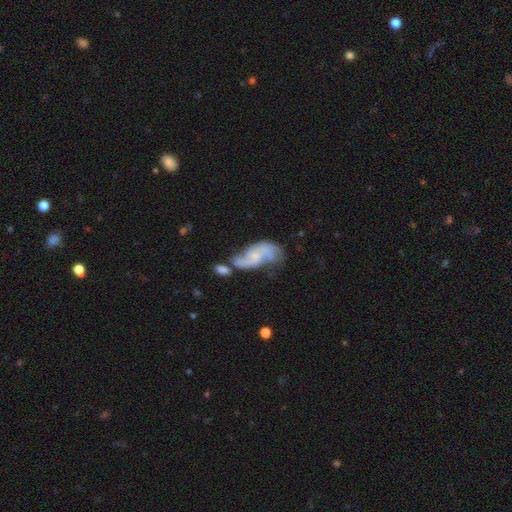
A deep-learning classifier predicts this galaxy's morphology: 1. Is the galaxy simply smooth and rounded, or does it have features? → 69% featured or disk, 22% smooth, 9% star or artifact.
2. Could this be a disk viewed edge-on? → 94% no, 6% yes.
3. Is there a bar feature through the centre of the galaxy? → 65% no, 28% weak, 6% strong.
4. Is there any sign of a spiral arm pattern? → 85% yes, 15% no.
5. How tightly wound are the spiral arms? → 44% loose, 38% medium, 19% tight.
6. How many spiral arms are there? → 71% 2, 15% can't tell, 6% 3, 4% 1, 2% 4, 2% more than 4.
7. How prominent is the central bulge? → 63% small, 18% moderate, 16% none, 2% large, 1% dominant.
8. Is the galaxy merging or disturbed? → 34% none, 26% merger, 23% minor disturbance, 17% major disturbance.